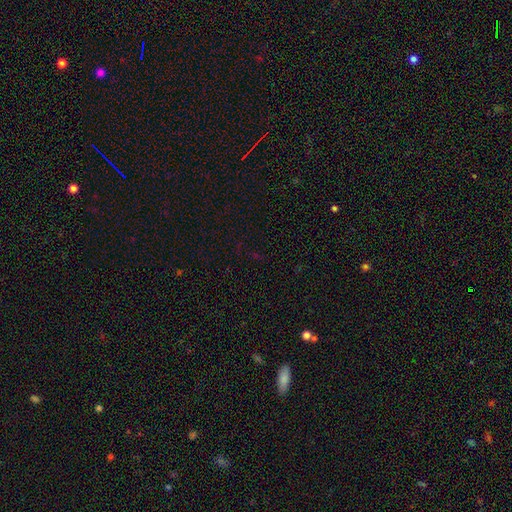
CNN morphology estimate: Smooth or featured? Predicted: star or artifact (p=0.70).